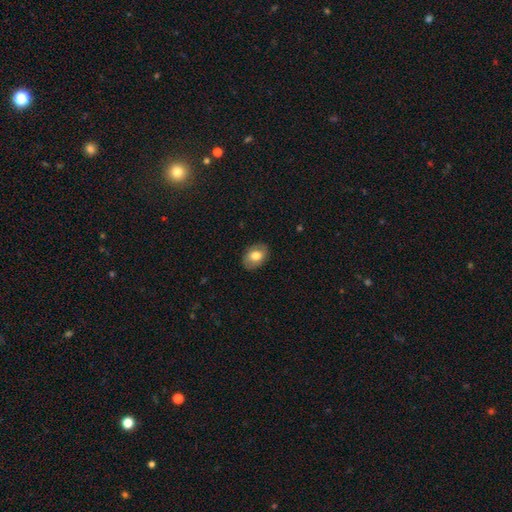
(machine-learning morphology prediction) A smooth galaxy with no disk features (74%) that is in between round and cigar-shaped (76%). Merging: none (84%).